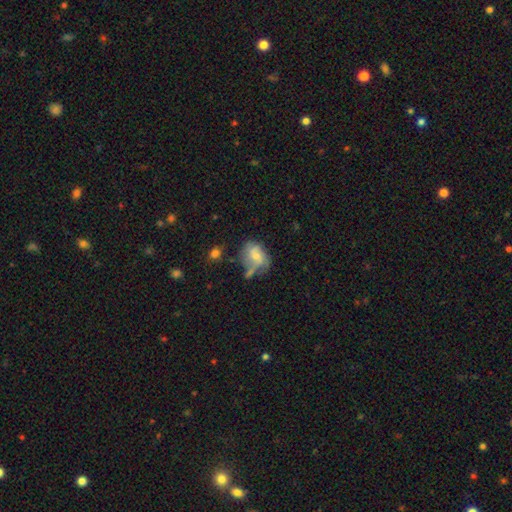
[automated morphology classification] This appears to be a smooth galaxy with no disk features (48%). Merging: none (36%).